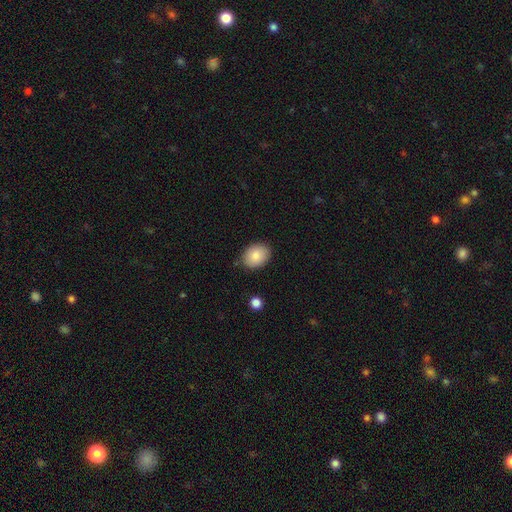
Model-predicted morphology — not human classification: Smooth or featured?
  - smooth: 85% *
  - featured or disk: 8%
  - star or artifact: 7%
How rounded?
  - in between: 67% *
  - round: 32%
  - cigar-shaped: 1%
Merging?
  - none: 83% *
  - minor disturbance: 13%
  - major disturbance: 3%
  - merger: 2%